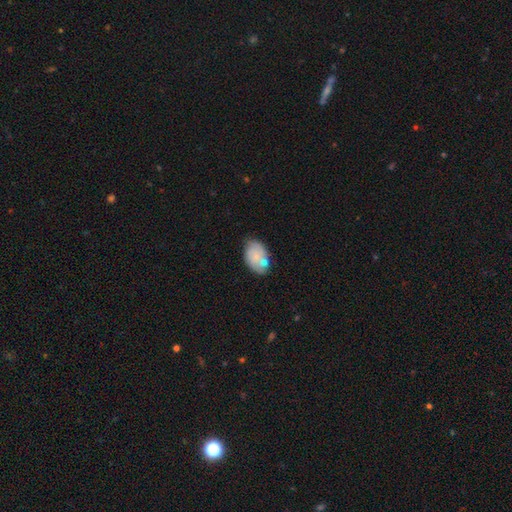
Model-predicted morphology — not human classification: smooth 61%, featured or disk 32%, star or artifact 7%. Down the decision tree: how rounded — in between (88%); merging — none (48%).